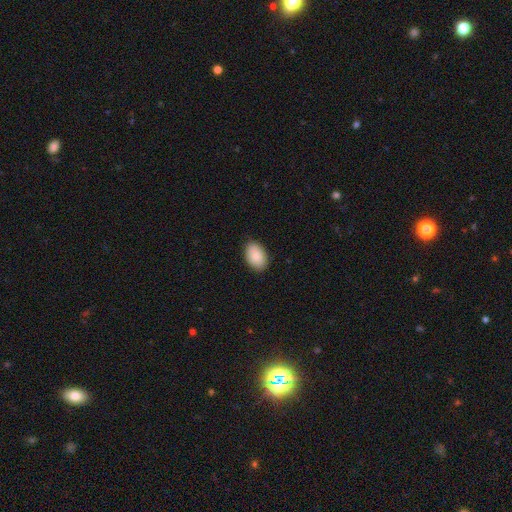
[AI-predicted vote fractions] A smooth galaxy with no disk features (88%) that is in between round and cigar-shaped (90%). Merging: none (87%).